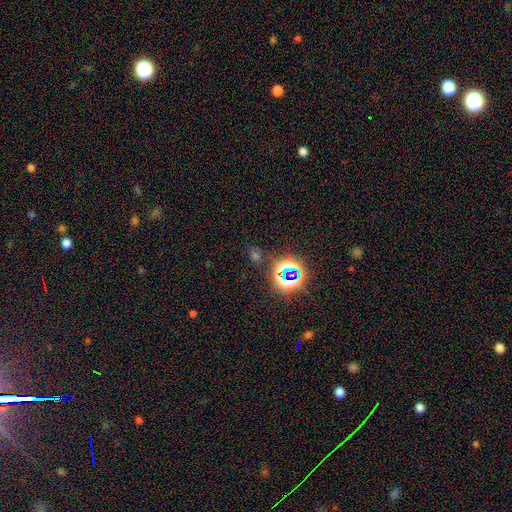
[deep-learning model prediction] A star or artifact, not a galaxy (64%).